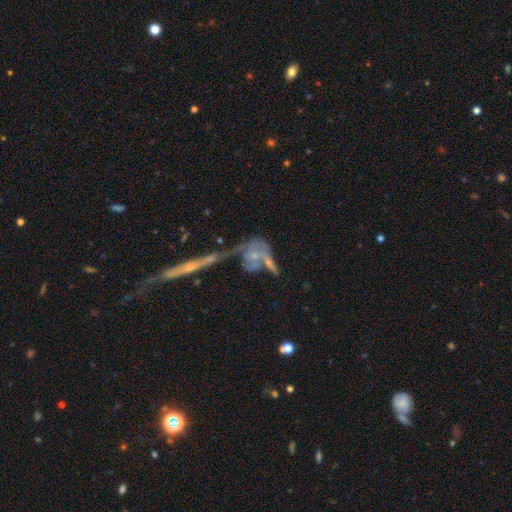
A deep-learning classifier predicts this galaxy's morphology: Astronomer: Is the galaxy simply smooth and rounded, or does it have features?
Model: featured or disk — 58%.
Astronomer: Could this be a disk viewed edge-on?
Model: no — 77%.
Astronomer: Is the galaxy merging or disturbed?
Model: merger — 48% (runner-up: none, 26%).